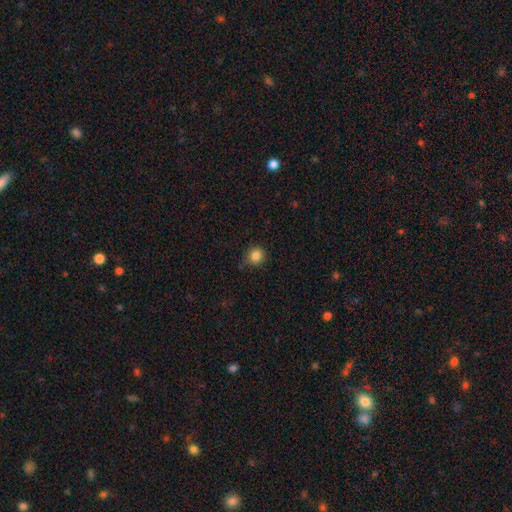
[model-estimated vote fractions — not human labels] Overall: smooth (84%). How rounded: round (90%). Merging: none (81%).